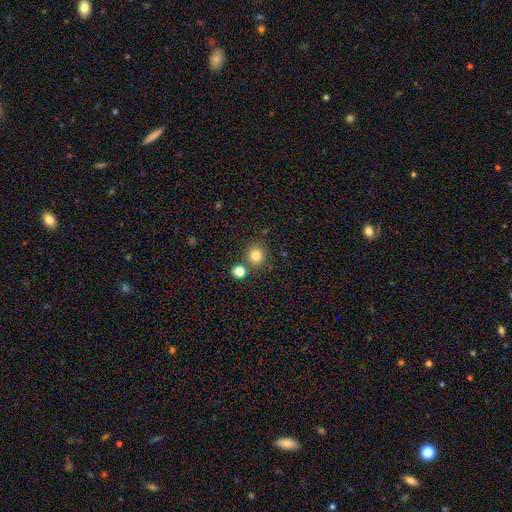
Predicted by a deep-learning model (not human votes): Overall: smooth (80%). How rounded: round (88%). Merging: none (77%).